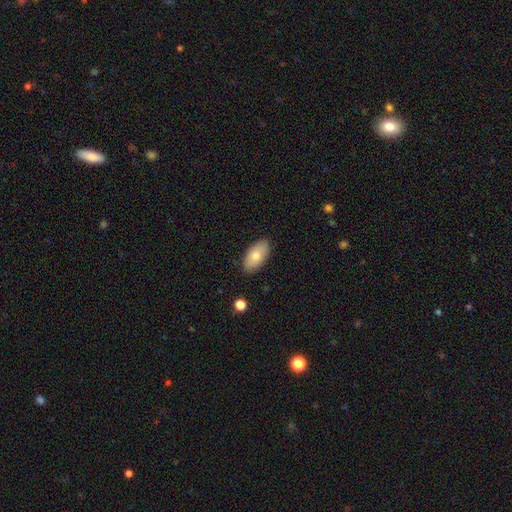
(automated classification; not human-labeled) A smooth galaxy with no disk features (75%) that is in between round and cigar-shaped (93%).

Vote fractions:
- Smooth or featured? smooth: 75% / featured or disk: 19% / star or artifact: 6%
- How rounded? in between: 93% / cigar-shaped: 4% / round: 3%
- Merging? none: 87% / minor disturbance: 10% / major disturbance: 2% / merger: 1%